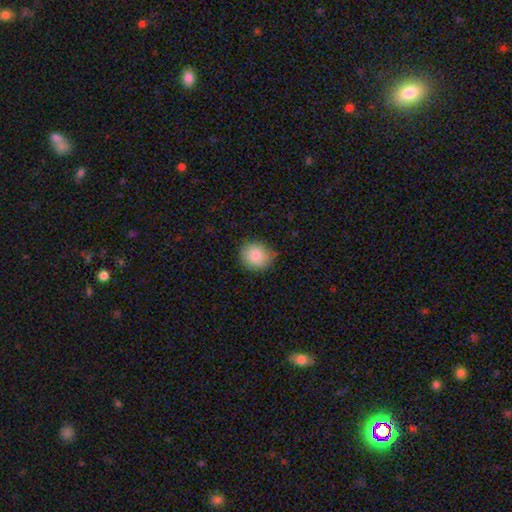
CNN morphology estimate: Smooth or featured? smooth (87%)
How rounded? round (81%)
Merging? none (80%)